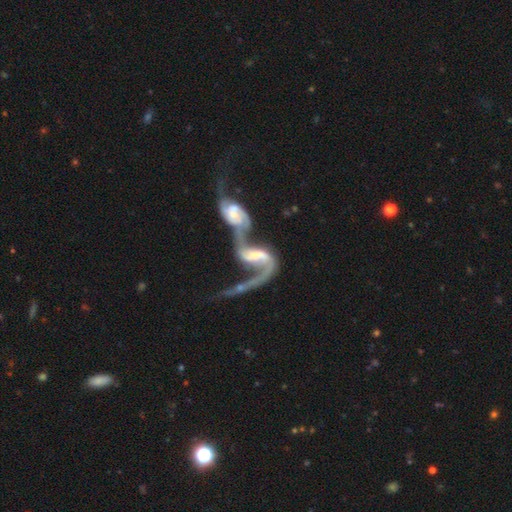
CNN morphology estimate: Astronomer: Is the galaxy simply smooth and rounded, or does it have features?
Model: featured or disk — 86%.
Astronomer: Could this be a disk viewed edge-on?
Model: no — 96%.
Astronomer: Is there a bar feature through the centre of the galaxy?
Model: weak — 41% (runner-up: strong, 35%).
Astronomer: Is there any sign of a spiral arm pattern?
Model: yes — 92%.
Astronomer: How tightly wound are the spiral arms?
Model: loose — 78%.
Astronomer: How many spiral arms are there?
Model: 2 — 76%.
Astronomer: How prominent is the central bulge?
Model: moderate — 39% (runner-up: small, 32%).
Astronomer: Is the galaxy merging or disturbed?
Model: merger — 78%.